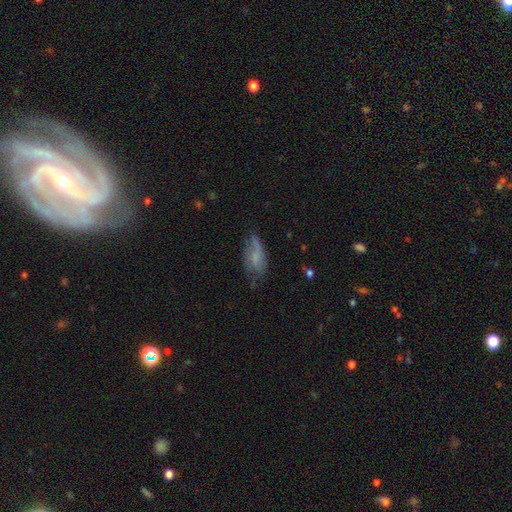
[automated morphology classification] smooth-or-featured: smooth: 56% | featured or disk: 34% | star or artifact: 10%
  how-rounded: in between: 85% | cigar-shaped: 11% | round: 3%
  merging: none: 43% | minor disturbance: 35% | major disturbance: 19% | merger: 3%